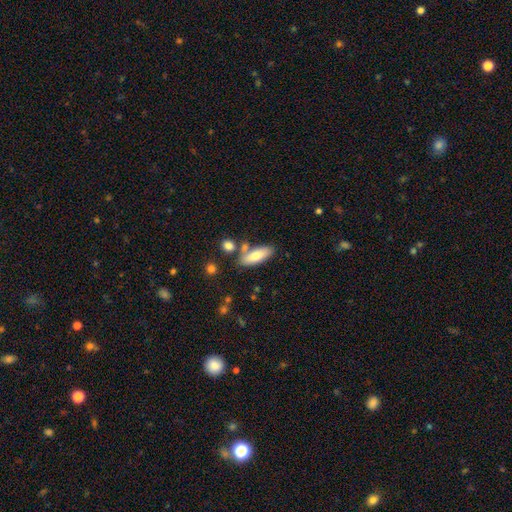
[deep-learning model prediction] This is likely a smooth galaxy (75%). How rounded: likely in between (69%). Merging: likely none (69%).